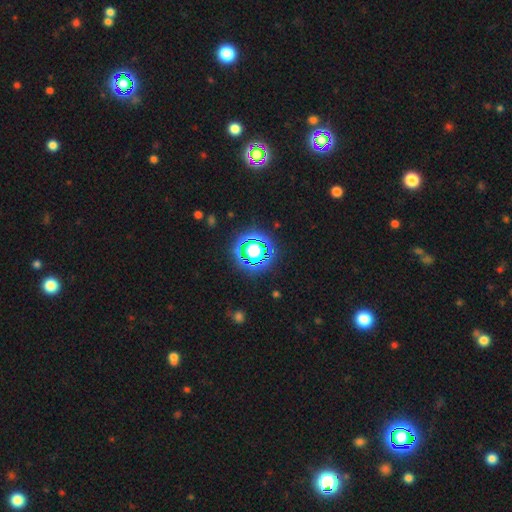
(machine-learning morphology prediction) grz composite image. It shows a star or artifact, not a galaxy (59%).